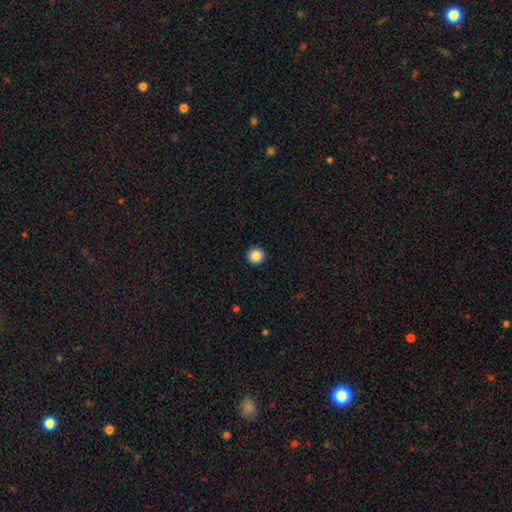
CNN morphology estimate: type=smooth (88%); roundness=round (95%); merging=none (94%).